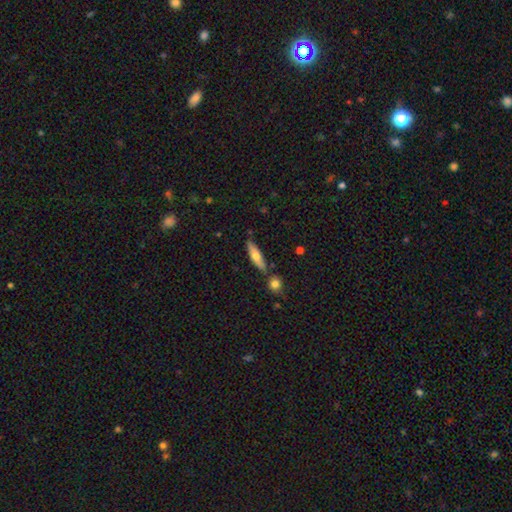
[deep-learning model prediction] Smooth or featured? Predicted: smooth (p=0.62). How rounded? Predicted: cigar-shaped (p=0.71). Merging? Predicted: none (p=0.78).